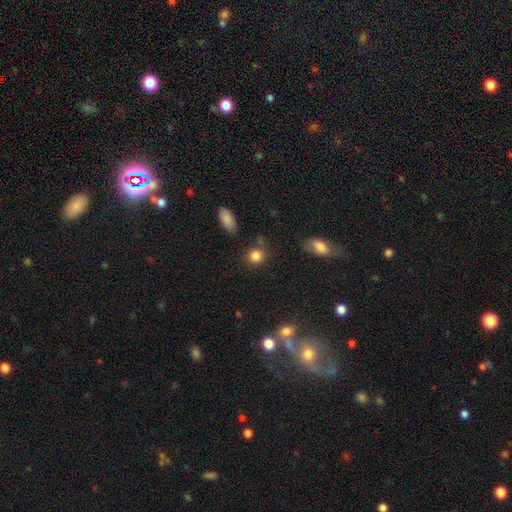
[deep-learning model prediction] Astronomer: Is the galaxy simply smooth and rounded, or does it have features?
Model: smooth — 84%.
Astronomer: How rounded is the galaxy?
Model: round — 80%.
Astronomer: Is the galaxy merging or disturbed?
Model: none — 79%.